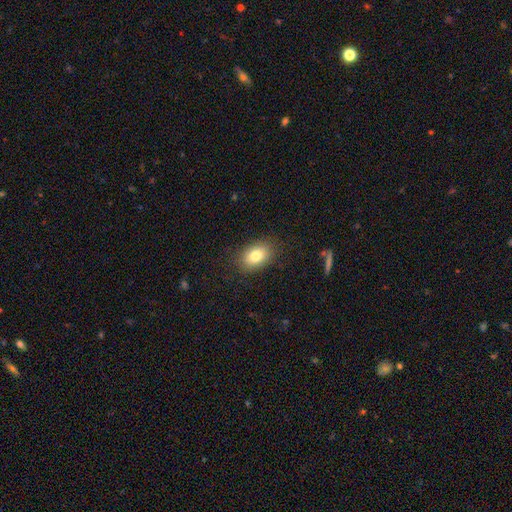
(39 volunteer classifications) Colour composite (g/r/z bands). It shows a smooth galaxy with no disk features (90%) that is in between round and cigar-shaped (83%). Merging: none (81%).